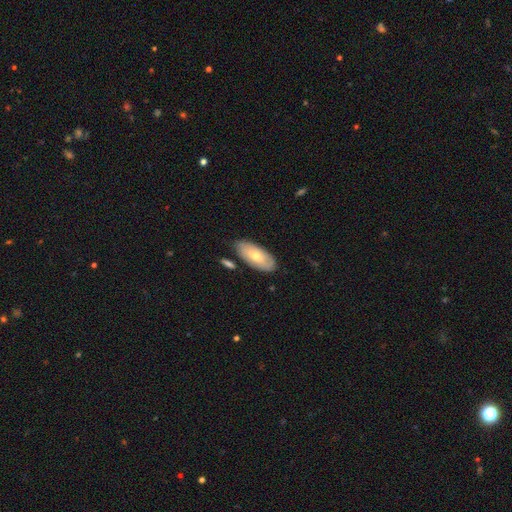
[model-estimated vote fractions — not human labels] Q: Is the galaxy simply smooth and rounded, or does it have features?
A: smooth — 61%.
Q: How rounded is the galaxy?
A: in between — 87%.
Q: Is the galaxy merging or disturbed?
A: none — 80%.